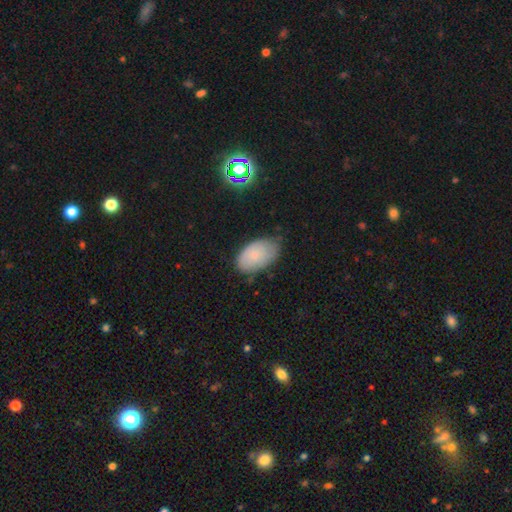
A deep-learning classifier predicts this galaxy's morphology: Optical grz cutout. It shows a smooth galaxy with no disk features (74%) that is in between round and cigar-shaped (93%). Merging: none (61%).